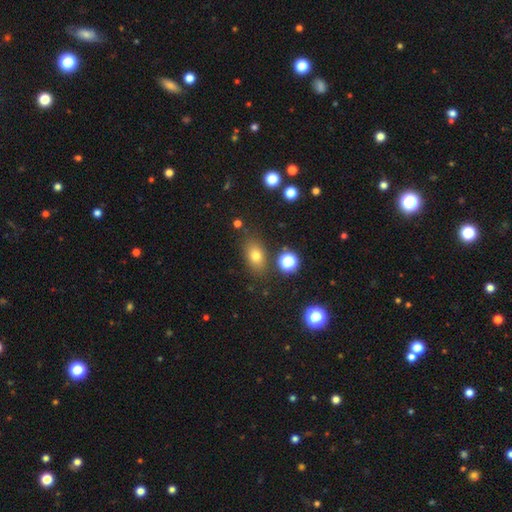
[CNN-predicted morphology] Smooth or featured? smooth (74%)
How rounded? in between (76%)
Merging? none (80%)